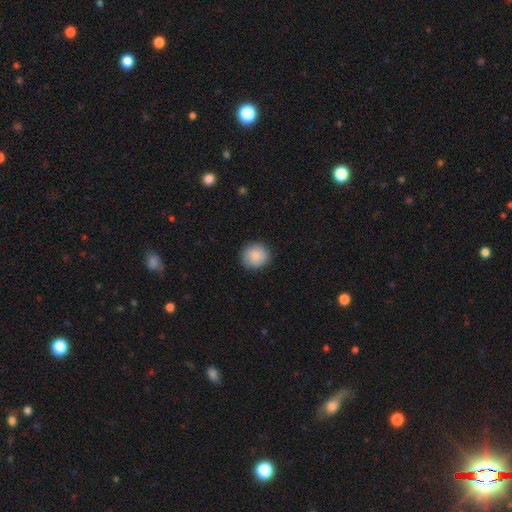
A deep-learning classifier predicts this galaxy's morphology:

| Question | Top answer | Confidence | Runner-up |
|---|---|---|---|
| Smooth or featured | smooth | 88% | star or artifact (7%) |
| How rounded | round | 92% | in between (7%) |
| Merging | none | 89% | minor disturbance (8%) |